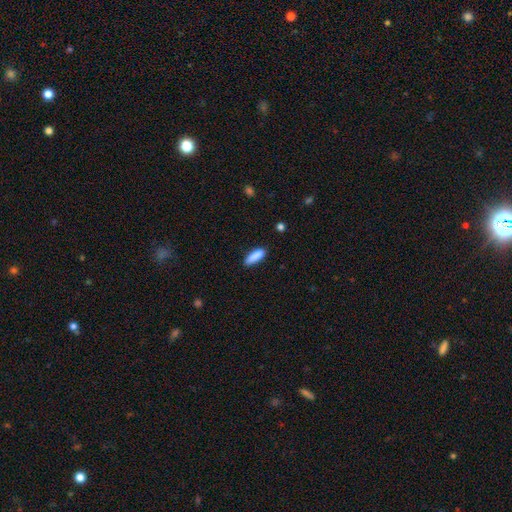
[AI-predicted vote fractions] A smooth galaxy with no disk features (87%) that is cigar-shaped (56%). Merging: none (77%).